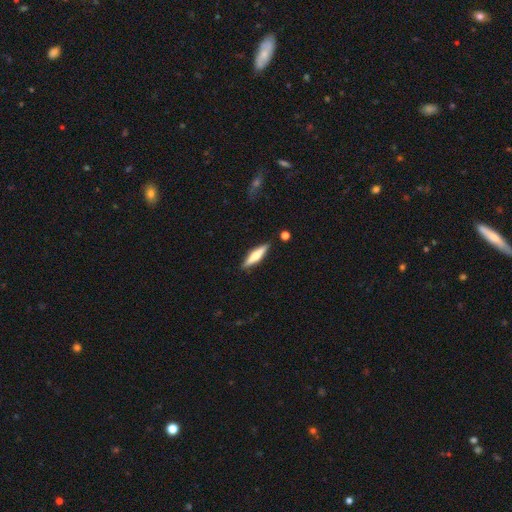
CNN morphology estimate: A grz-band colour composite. It shows a featured or disk galaxy (52%) viewed edge-on (95%). Merging: none (88%).